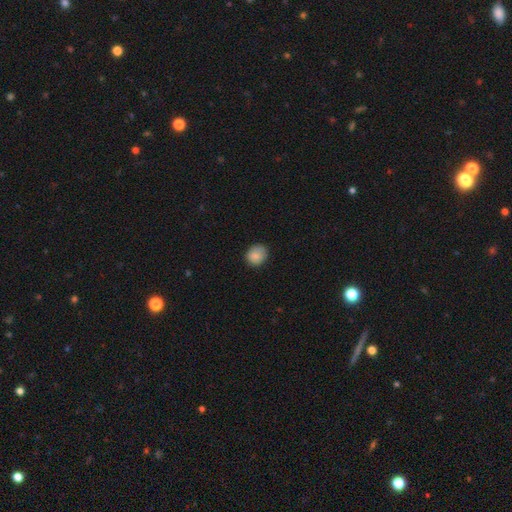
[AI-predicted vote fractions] smooth 86%, star or artifact 9%, featured or disk 5%. Down the decision tree: how rounded — round (71%); merging — none (76%).